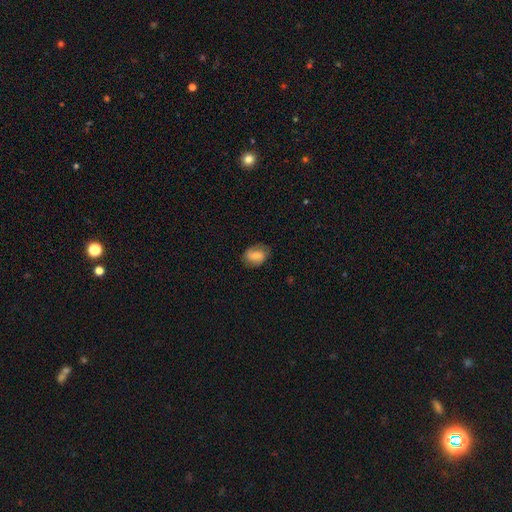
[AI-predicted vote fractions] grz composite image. It shows a smooth galaxy with no disk features (65%) that is in between round and cigar-shaped (69%). Merging: none (74%).